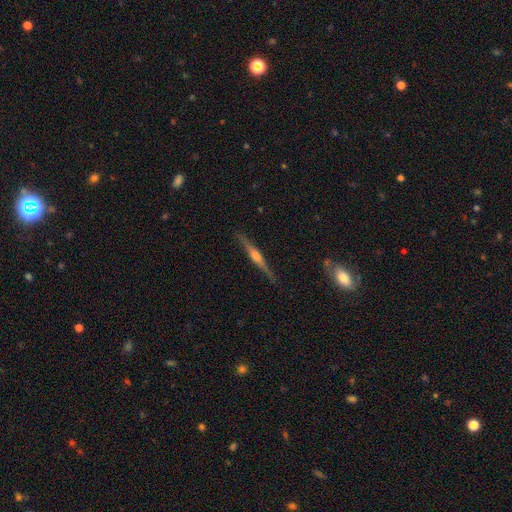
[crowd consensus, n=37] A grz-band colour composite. It shows a featured or disk galaxy (89%) viewed edge-on (94%) with a rounded central bulge (94%). Merging: none (89%).